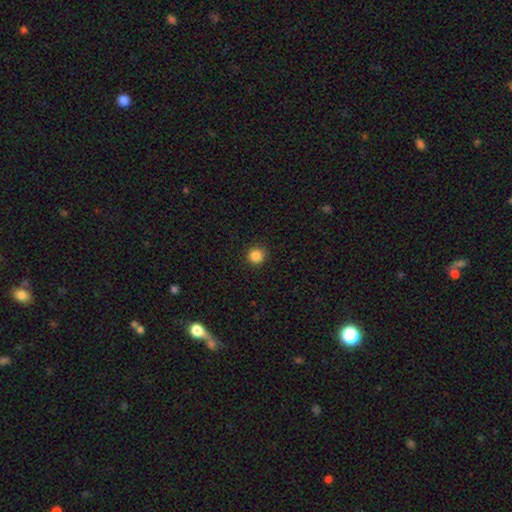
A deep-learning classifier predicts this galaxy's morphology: Smooth or featured? smooth (85%)
How rounded? round (94%)
Merging? none (91%)